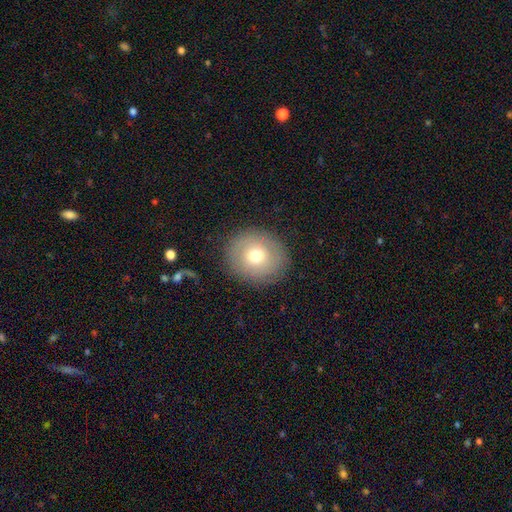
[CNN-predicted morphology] A smooth galaxy with no disk features (68%) that is round (78%).

Vote fractions:
- Smooth or featured? smooth: 68% / featured or disk: 21% / star or artifact: 11%
- How rounded? round: 78% / in between: 21% / cigar-shaped: 1%
- Merging? none: 86% / minor disturbance: 9% / major disturbance: 4% / merger: 1%